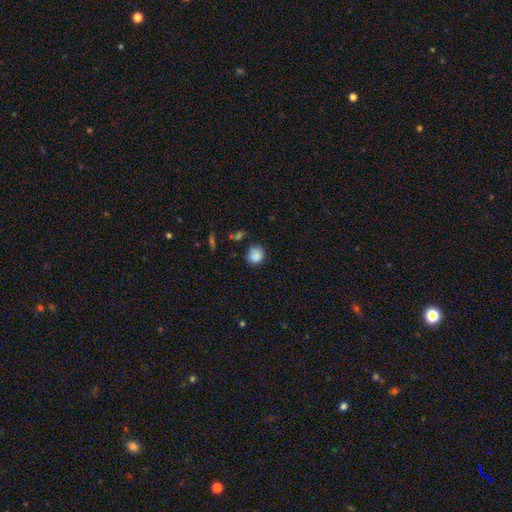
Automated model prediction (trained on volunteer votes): Smooth or featured: smooth — 85% (star or artifact — 9%)
How rounded: round — 81% (in between — 18%)
Merging: none — 69% (minor disturbance — 22%)